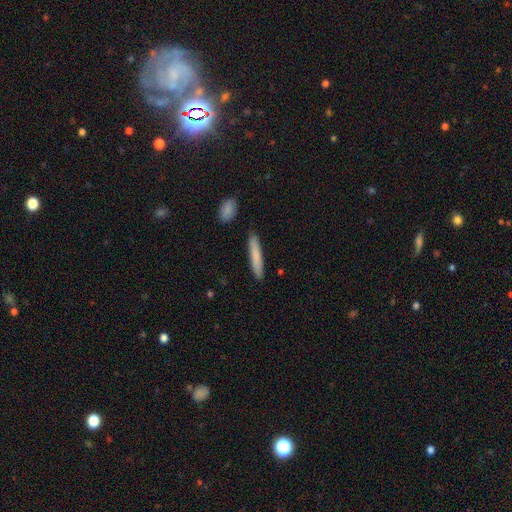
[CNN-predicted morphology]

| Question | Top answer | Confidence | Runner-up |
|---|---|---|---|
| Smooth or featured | smooth | 79% | featured or disk (15%) |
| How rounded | cigar-shaped | 93% | in between (6%) |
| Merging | none | 89% | minor disturbance (7%) |